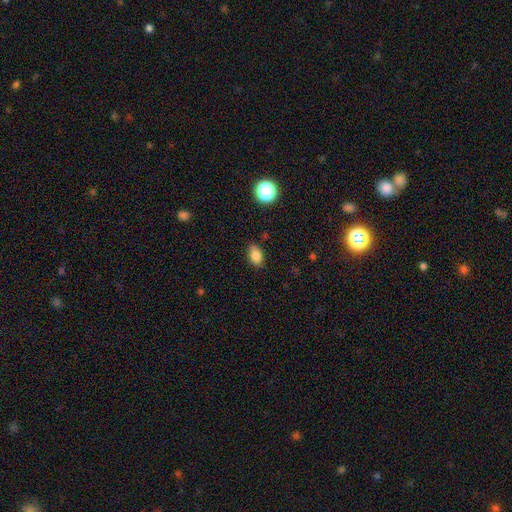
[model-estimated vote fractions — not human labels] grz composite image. It shows a smooth galaxy with no disk features (84%) that is in between round and cigar-shaped (86%). Merging: none (84%).